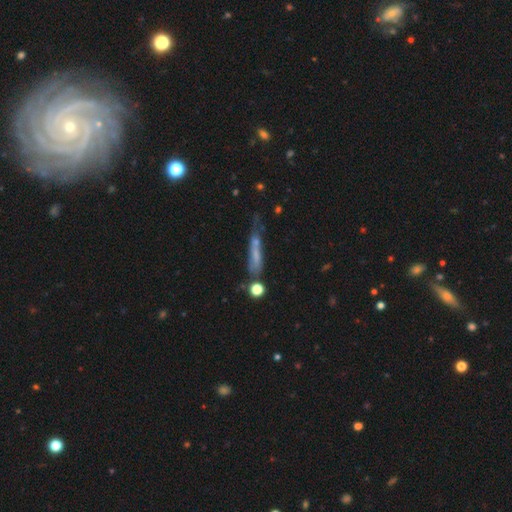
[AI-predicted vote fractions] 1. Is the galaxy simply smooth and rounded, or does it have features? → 49% smooth, 38% featured or disk, 13% star or artifact.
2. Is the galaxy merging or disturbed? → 35% none, 25% major disturbance, 24% minor disturbance, 17% merger.